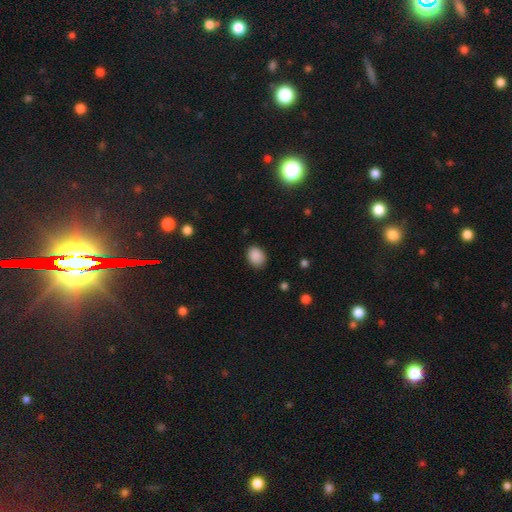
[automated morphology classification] The model was most divided on "how rounded": in between: 54%, round: 45%, cigar-shaped: 1%. More confident: smooth or featured — smooth (88%); merging — none (85%).